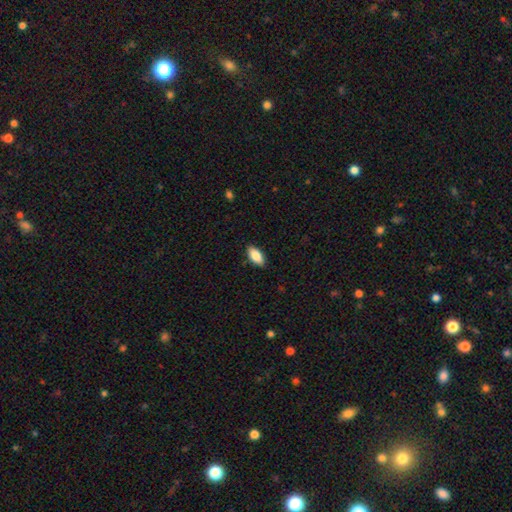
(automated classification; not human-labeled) This appears to be a smooth galaxy with no disk features (86%) that is in between round and cigar-shaped (91%). Merging: none (89%).